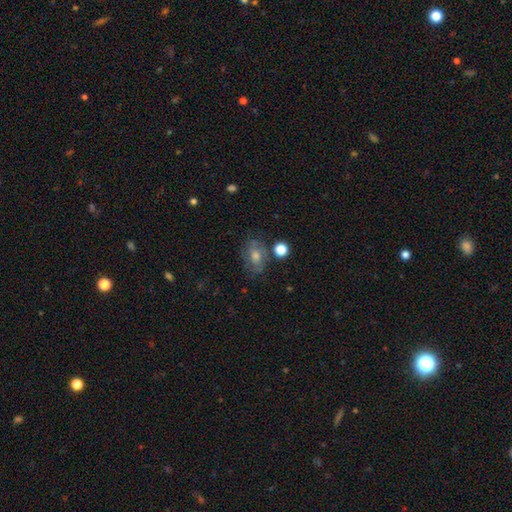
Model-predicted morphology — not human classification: smooth_or_featured: featured or disk (p=0.41) [alt: smooth p=0.38]
merging: none (p=0.71) [alt: minor disturbance p=0.17]